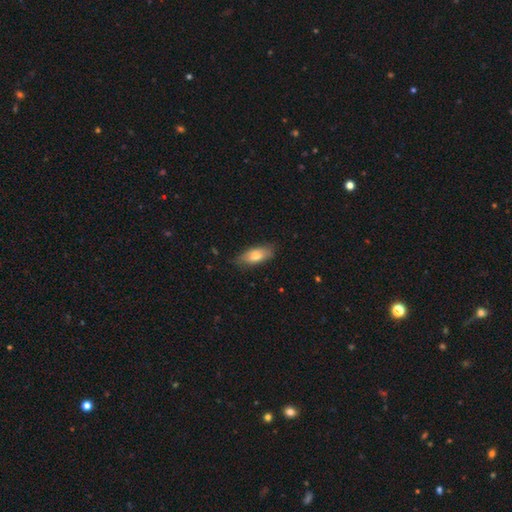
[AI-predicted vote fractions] A smooth galaxy with no disk features (70%) that is in between round and cigar-shaped (79%). Merging: none (77%).